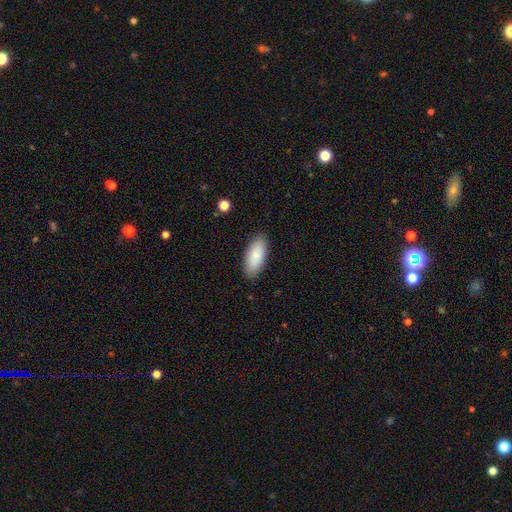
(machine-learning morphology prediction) smooth 84%, featured or disk 10%, star or artifact 6%. Down the decision tree: how rounded — in between (86%); merging — none (87%).